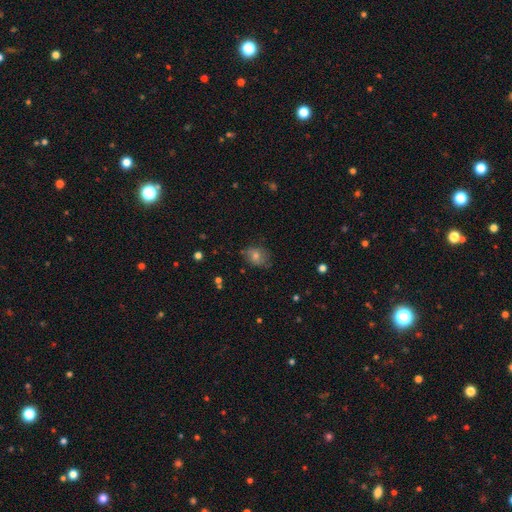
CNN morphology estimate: smooth-or-featured: smooth: 62% | featured or disk: 21% | star or artifact: 17%
  how-rounded: in between: 52% | round: 46% | cigar-shaped: 1%
  merging: none: 69% | minor disturbance: 22% | major disturbance: 7% | merger: 2%